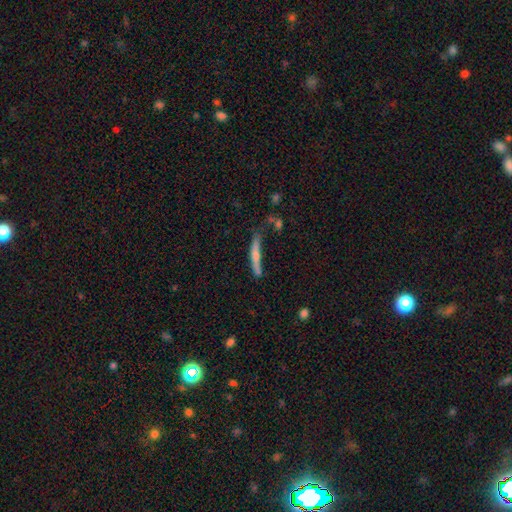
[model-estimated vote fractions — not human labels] This is possibly a smooth galaxy (53%). How rounded: clearly cigar-shaped (94%). Merging: likely none (61%).